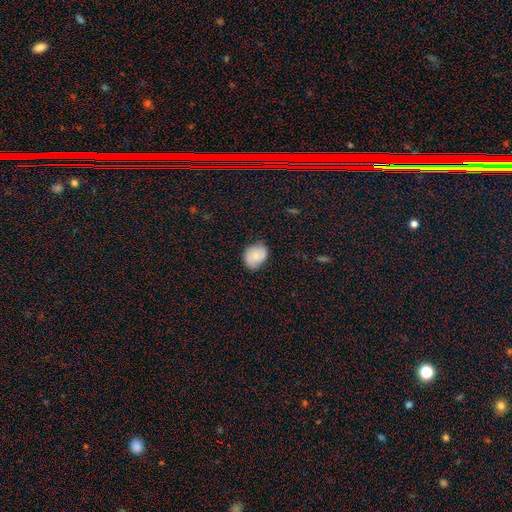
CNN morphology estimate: smooth 77%, featured or disk 16%, star or artifact 8%. Down the decision tree: how rounded — round (52%); merging — none (70%).